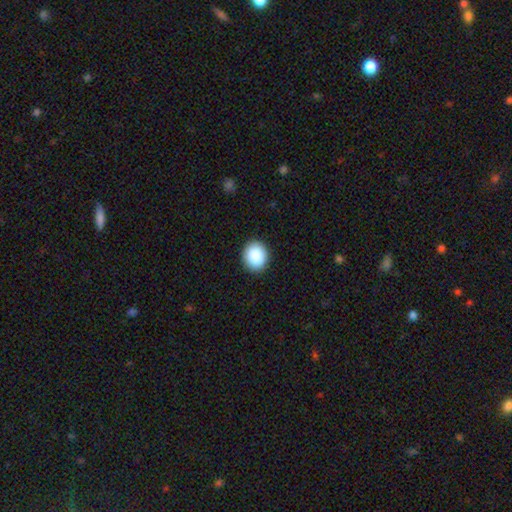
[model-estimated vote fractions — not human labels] smooth_or_featured: smooth (p=0.89) [alt: star or artifact p=0.08]
how_rounded: round (p=0.71) [alt: in between p=0.28]
merging: none (p=0.91) [alt: minor disturbance p=0.06]